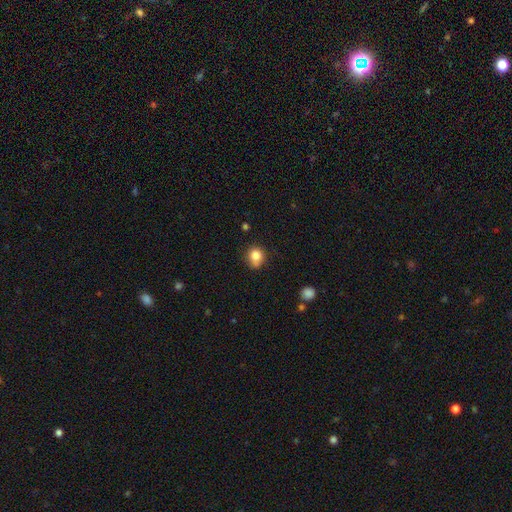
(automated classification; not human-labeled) A smooth galaxy with no disk features (83%) that is round (77%).

Vote fractions:
- Smooth or featured? smooth: 83% / star or artifact: 10% / featured or disk: 7%
- How rounded? round: 77% / in between: 23% / cigar-shaped: 1%
- Merging? none: 67% / minor disturbance: 25% / major disturbance: 5% / merger: 3%